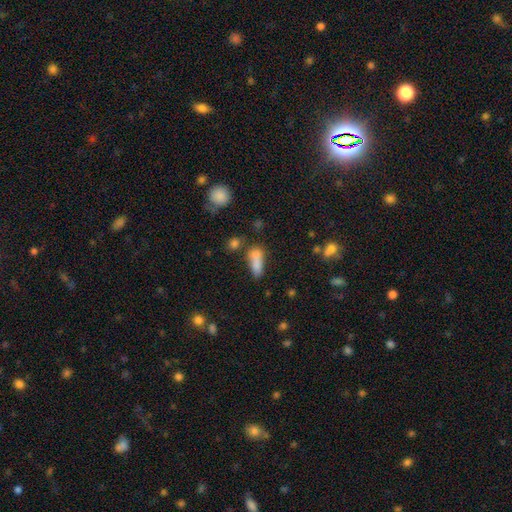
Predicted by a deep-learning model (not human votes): smooth_or_featured: smooth (p=0.77) [alt: star or artifact p=0.12]
how_rounded: in between (p=0.62) [alt: cigar-shaped p=0.31]
merging: none (p=0.41) [alt: merger p=0.35]